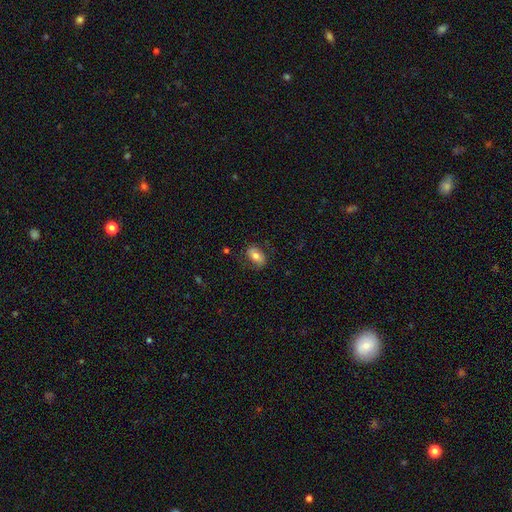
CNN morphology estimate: smooth-or-featured: smooth: 67% | featured or disk: 26% | star or artifact: 8%
  how-rounded: in between: 87% | round: 11% | cigar-shaped: 2%
  merging: none: 72% | minor disturbance: 18% | major disturbance: 8% | merger: 1%